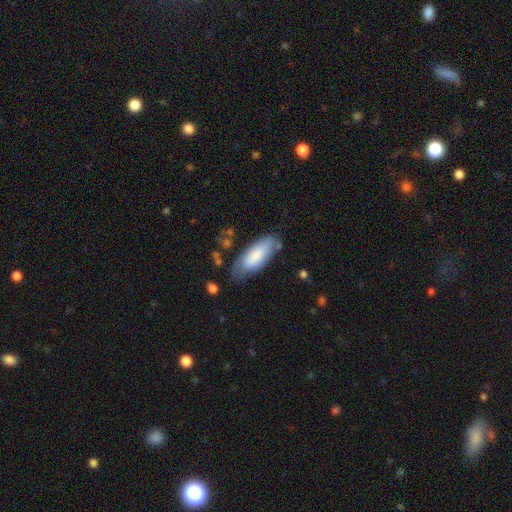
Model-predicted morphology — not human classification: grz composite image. It shows a smooth galaxy with no disk features (80%) that is in between round and cigar-shaped (72%). Merging: none (69%).